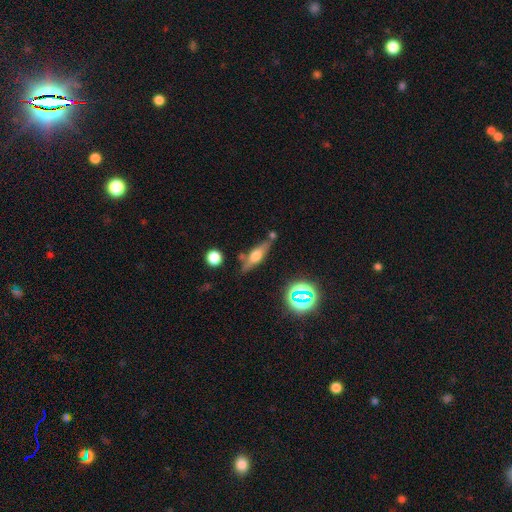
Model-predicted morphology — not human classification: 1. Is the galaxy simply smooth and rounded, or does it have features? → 51% featured or disk, 37% smooth, 12% star or artifact.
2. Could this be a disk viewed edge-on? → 89% yes, 11% no.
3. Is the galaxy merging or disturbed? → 73% none, 15% minor disturbance, 8% merger, 4% major disturbance.